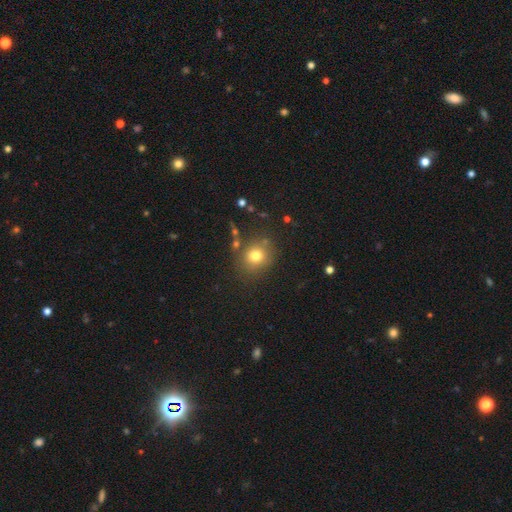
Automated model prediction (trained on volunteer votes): Morphology: type=smooth (76%); roundness=round (78%); merging=none (77%).